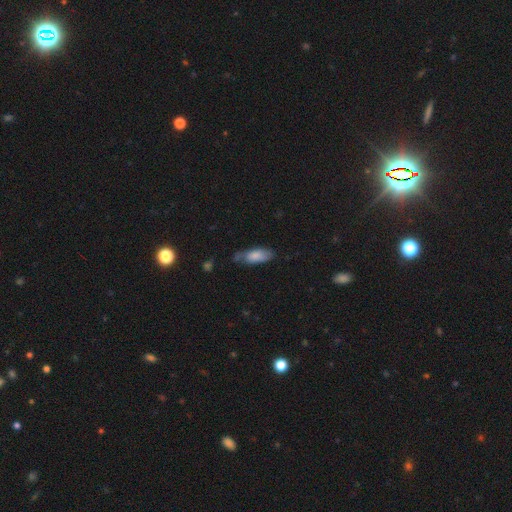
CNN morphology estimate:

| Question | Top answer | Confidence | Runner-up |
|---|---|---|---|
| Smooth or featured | smooth | 75% | featured or disk (18%) |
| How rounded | in between | 76% | cigar-shaped (22%) |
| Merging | none | 51% | minor disturbance (34%) |